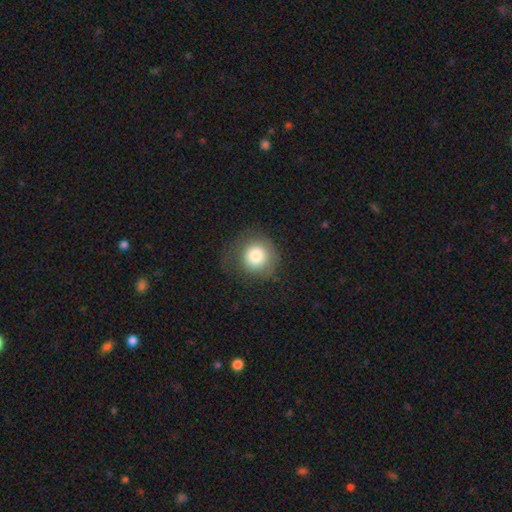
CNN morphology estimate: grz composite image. It shows a smooth galaxy with no disk features (79%) that is round (92%). Merging: none (73%).